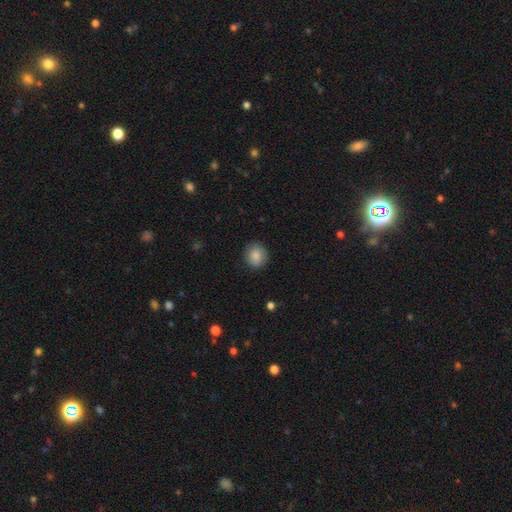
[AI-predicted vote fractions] This is clearly a smooth galaxy (86%). How rounded: clearly round (80%). Merging: clearly none (87%).